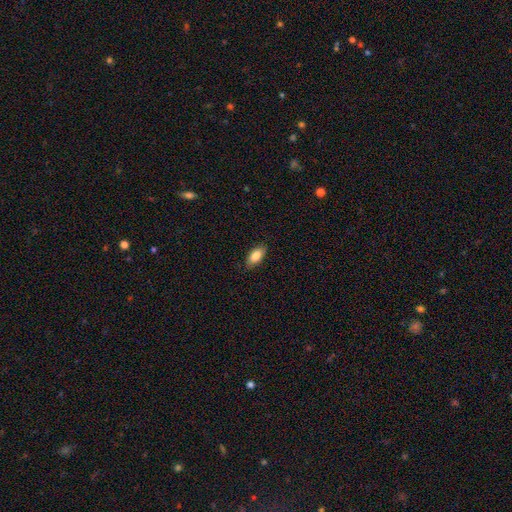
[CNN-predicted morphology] type=smooth (86%); roundness=in between (90%); merging=none (86%).